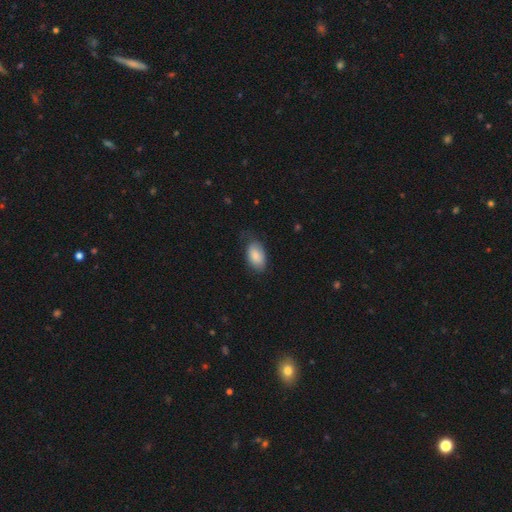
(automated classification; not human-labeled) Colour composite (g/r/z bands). It shows a smooth galaxy with no disk features (84%) that is in between round and cigar-shaped (93%). Merging: none (64%).